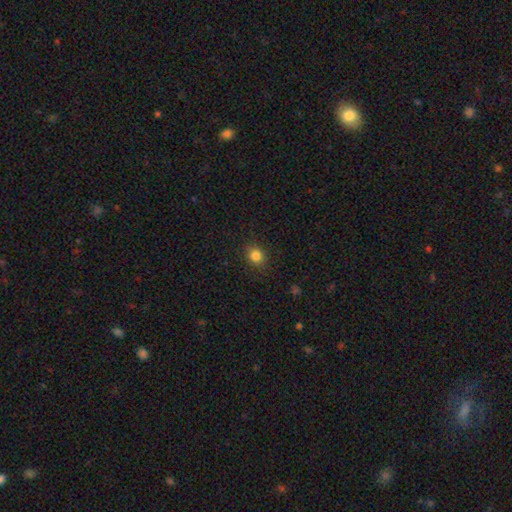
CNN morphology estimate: Q: Smooth or featured?
A: smooth (84%); runner-up: star or artifact (12%)
Q: How rounded?
A: round (78%); runner-up: in between (21%)
Q: Merging?
A: none (86%); runner-up: minor disturbance (10%)